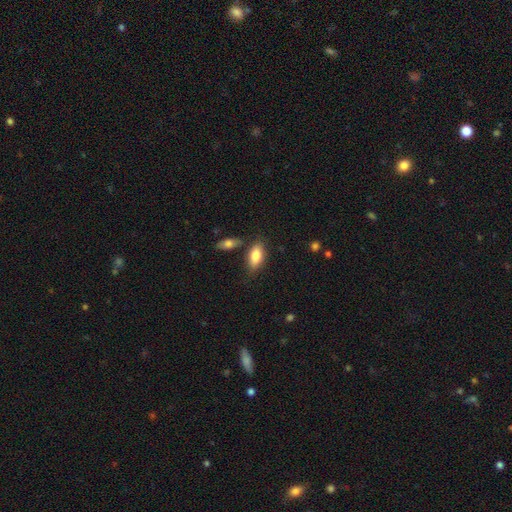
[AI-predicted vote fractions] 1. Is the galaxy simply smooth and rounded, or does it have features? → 83% smooth, 11% featured or disk, 7% star or artifact.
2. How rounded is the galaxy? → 86% in between, 11% cigar-shaped, 3% round.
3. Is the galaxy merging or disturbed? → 73% none, 15% minor disturbance, 8% merger, 4% major disturbance.